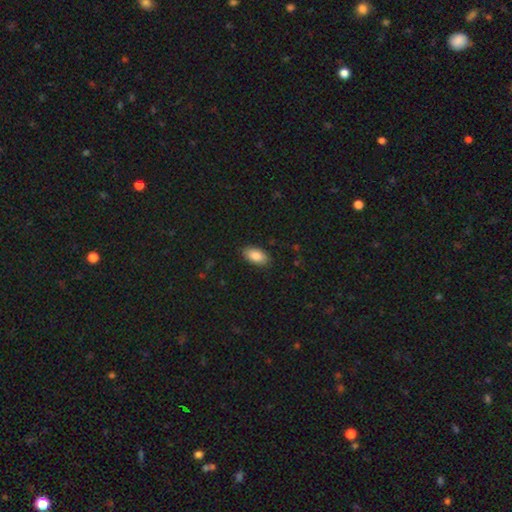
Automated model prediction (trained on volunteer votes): smooth-or-featured: smooth: 87% | star or artifact: 7% | featured or disk: 6%
  how-rounded: in between: 94% | round: 3% | cigar-shaped: 3%
  merging: none: 87% | minor disturbance: 9% | major disturbance: 2% | merger: 1%